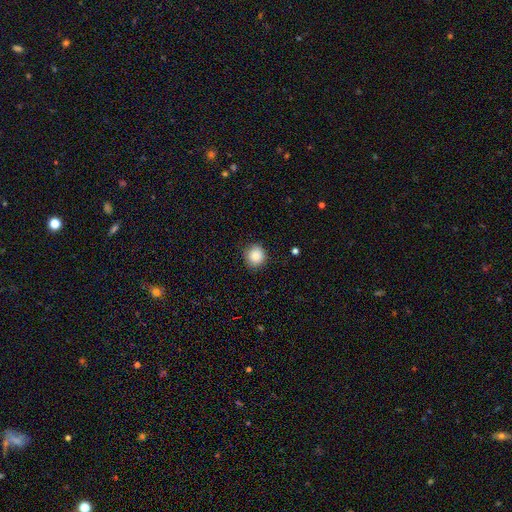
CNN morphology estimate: A smooth galaxy with no disk features (85%) that is round (87%). Merging: none (88%).